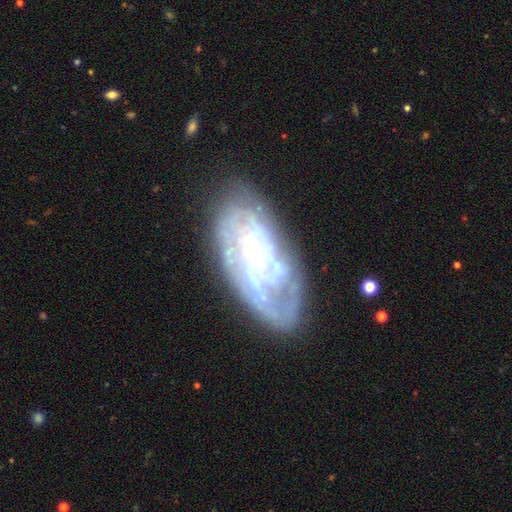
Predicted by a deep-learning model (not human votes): This is likely a featured or disk galaxy (75%). It is clearly not viewed edge-on (94%). Bar: likely no (74%). Spiral arm pattern: likely yes (73%). Spiral arm count: possibly can't tell (58%). Spiral winding: likely tight (67%). Central bulge: likely small (66%). Merging: likely none (63%).